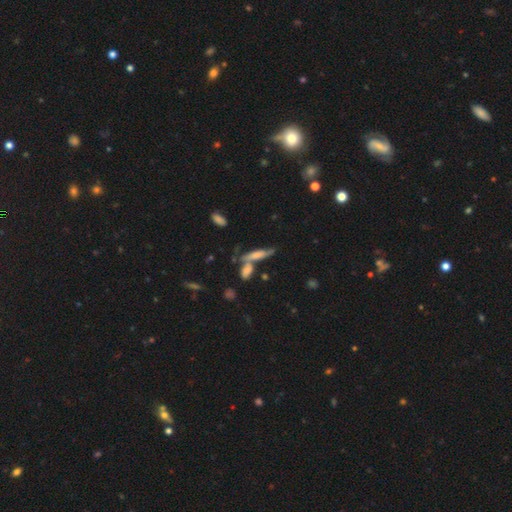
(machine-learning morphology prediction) This is possibly a smooth galaxy (50%). How rounded: likely cigar-shaped (70%). Merging: possibly none (47%).